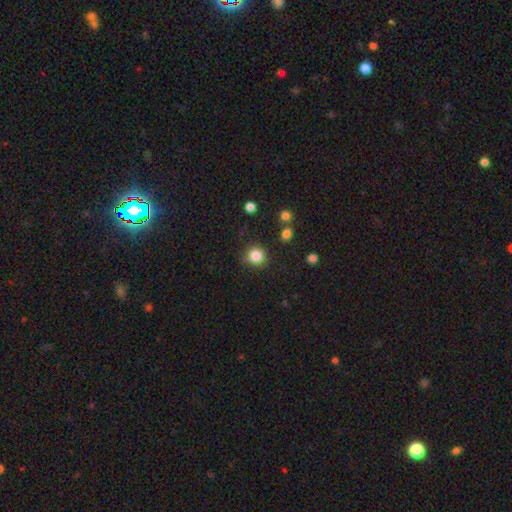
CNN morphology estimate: Q: Smooth or featured?
A: smooth (85%); runner-up: star or artifact (11%)
Q: How rounded?
A: round (92%); runner-up: in between (8%)
Q: Merging?
A: none (83%); runner-up: minor disturbance (10%)